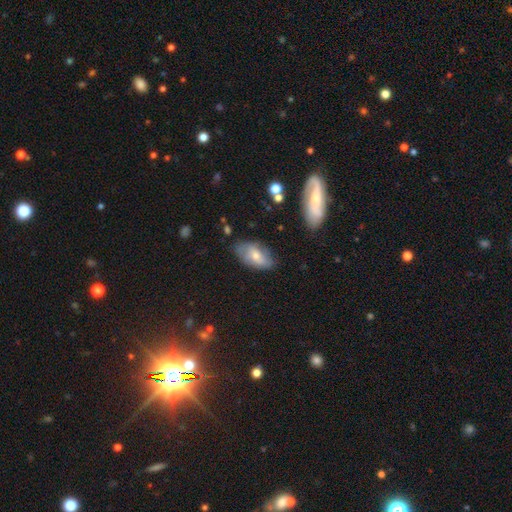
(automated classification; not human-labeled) Overall: smooth (56%; featured or disk 36%). How rounded: in between (92%). Merging: none (70%).